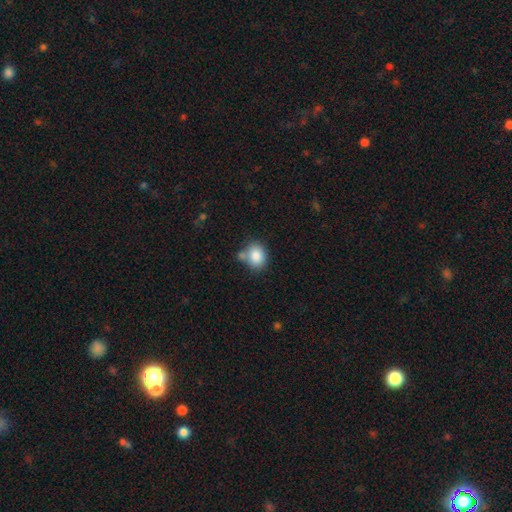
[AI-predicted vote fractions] This is clearly a smooth galaxy (85%). How rounded: possibly round (53%). Merging: likely none (61%).